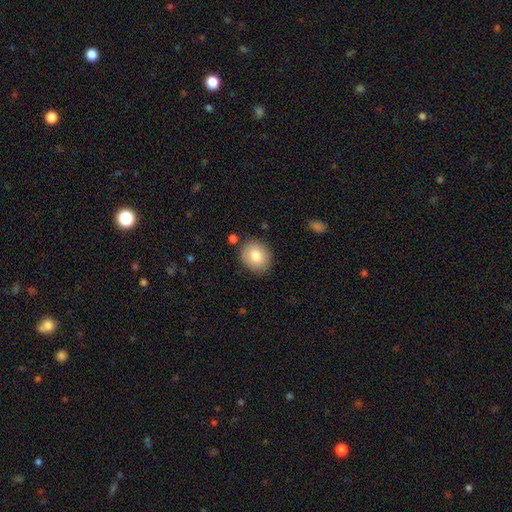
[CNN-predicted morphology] Overall: smooth (80%). How rounded: round (64%; in between 35%). Merging: none (84%).